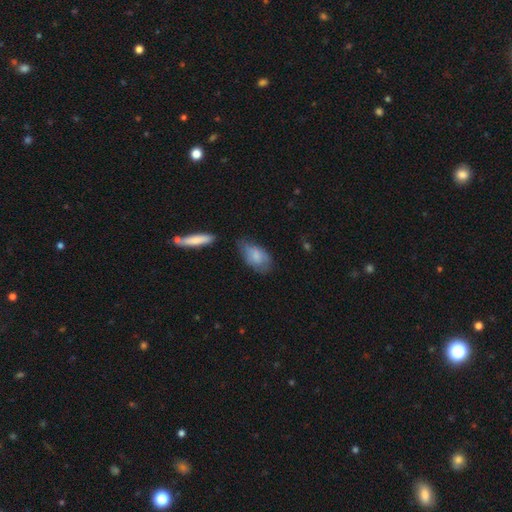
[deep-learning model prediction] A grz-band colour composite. It shows a smooth galaxy with no disk features (75%) that is in between round and cigar-shaped (91%). Merging: none (52%).